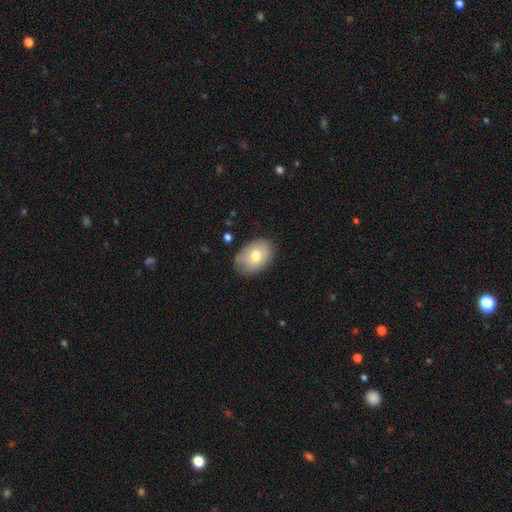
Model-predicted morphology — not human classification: A smooth galaxy with no disk features (72%) that is in between round and cigar-shaped (83%).

Vote fractions:
- Smooth or featured? smooth: 72% / featured or disk: 20% / star or artifact: 7%
- How rounded? in between: 83% / round: 16% / cigar-shaped: 1%
- Merging? none: 75% / minor disturbance: 20% / major disturbance: 4% / merger: 2%